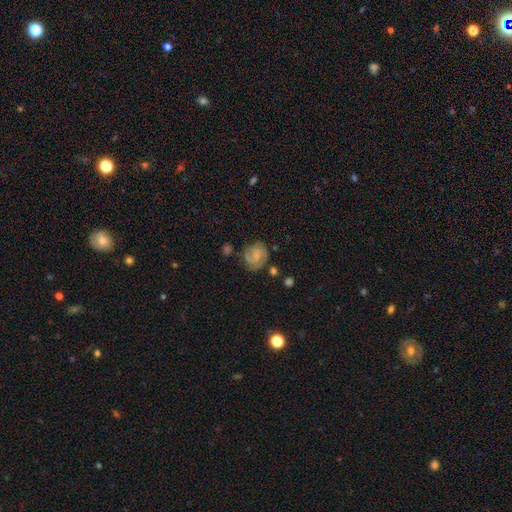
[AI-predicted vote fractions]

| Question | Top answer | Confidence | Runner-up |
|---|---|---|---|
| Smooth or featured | featured or disk | 49% | smooth (42%) |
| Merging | none | 64% | minor disturbance (22%) |